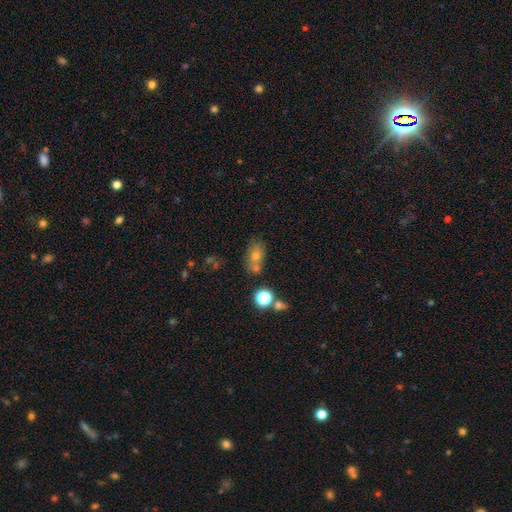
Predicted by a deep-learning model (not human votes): Smooth or featured? Predicted: smooth (p=0.67). How rounded? Predicted: in between (p=0.70). Merging? Predicted: none (p=0.53).